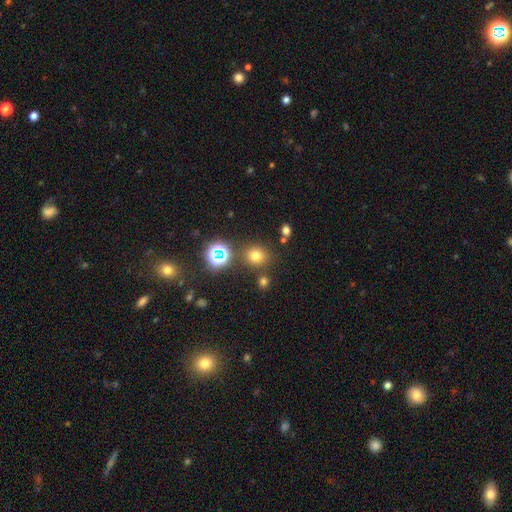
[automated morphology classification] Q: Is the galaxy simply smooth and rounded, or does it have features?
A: smooth — 68%.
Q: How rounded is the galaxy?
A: round — 84%.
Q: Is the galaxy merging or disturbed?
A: none — 79%.